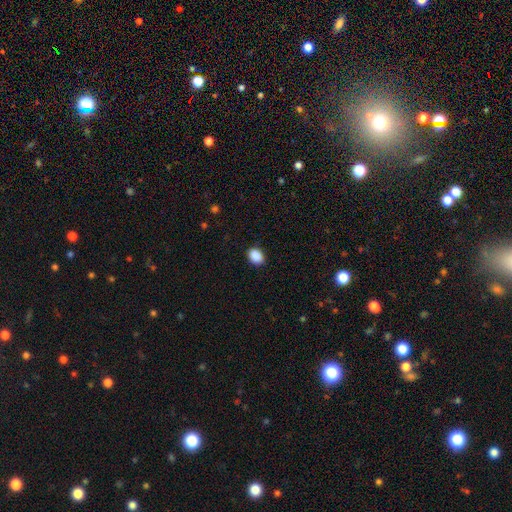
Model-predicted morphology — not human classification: smooth 90%, star or artifact 8%, featured or disk 3%. Down the decision tree: how rounded — in between (72%); merging — none (89%).